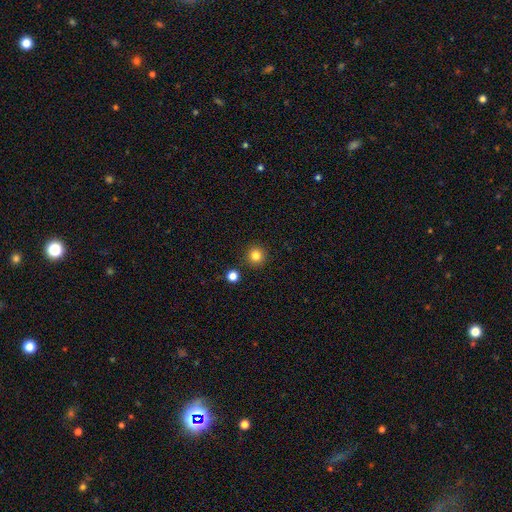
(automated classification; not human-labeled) Morphology: type=smooth (82%); roundness=round (95%); merging=none (90%).